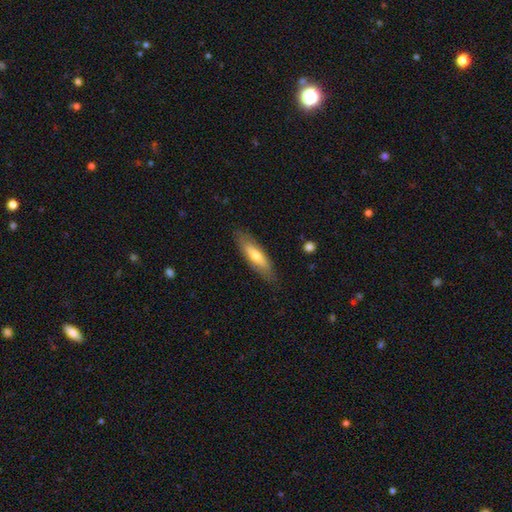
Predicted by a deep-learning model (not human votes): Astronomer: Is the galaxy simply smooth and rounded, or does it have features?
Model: smooth — 55% (runner-up: featured or disk, 39%).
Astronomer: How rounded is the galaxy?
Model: cigar-shaped — 59% (runner-up: in between, 39%).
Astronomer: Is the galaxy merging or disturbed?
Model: none — 84%.